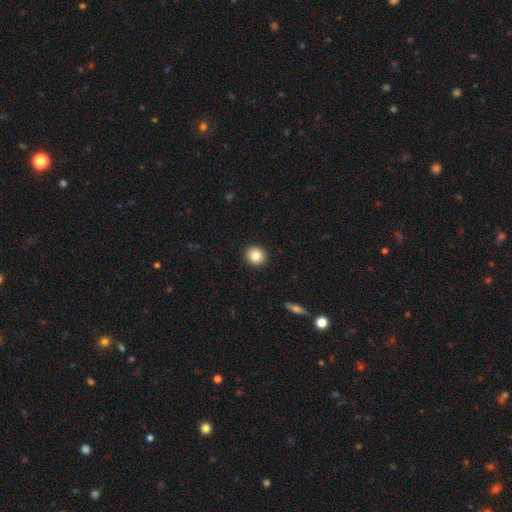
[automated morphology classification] type=smooth (84%); roundness=round (91%); merging=none (93%).